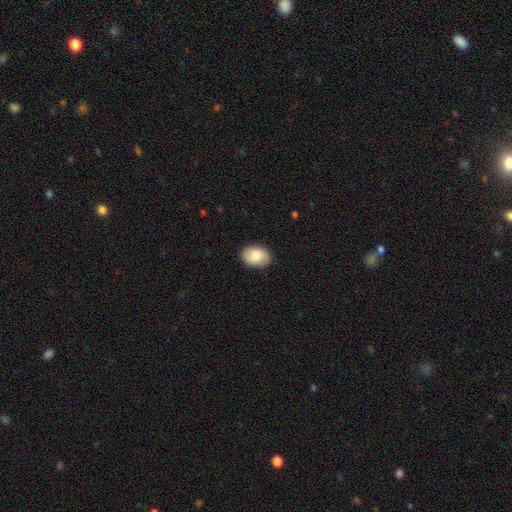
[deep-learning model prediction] Overall: smooth (86%). How rounded: in between (72%). Merging: none (87%).